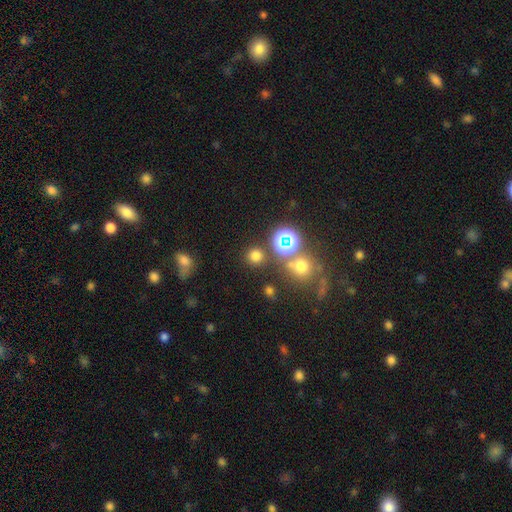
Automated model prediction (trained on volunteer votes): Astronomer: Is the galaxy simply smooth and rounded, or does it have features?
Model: smooth — 69%.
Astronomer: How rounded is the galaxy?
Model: round — 93%.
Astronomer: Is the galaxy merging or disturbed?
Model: none — 84%.